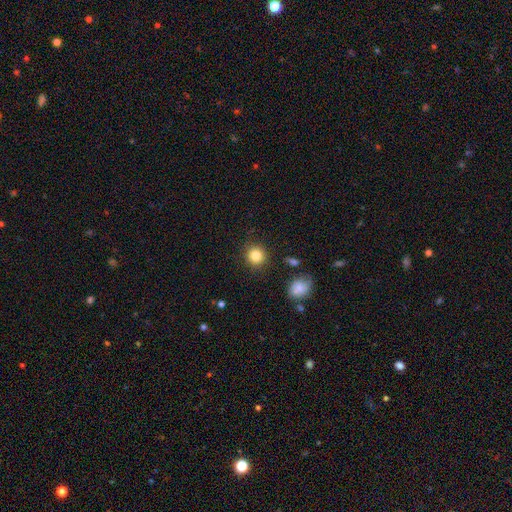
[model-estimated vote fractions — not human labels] Smooth or featured?
  - smooth: 84% *
  - star or artifact: 10%
  - featured or disk: 6%
How rounded?
  - round: 90% *
  - in between: 9%
  - cigar-shaped: 1%
Merging?
  - none: 88% *
  - minor disturbance: 8%
  - major disturbance: 3%
  - merger: 2%